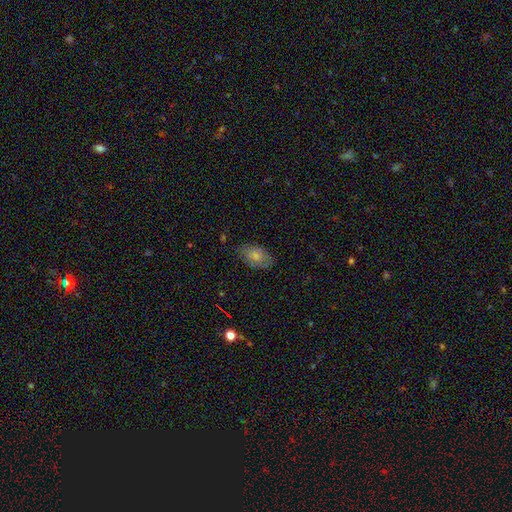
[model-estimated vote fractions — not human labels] A smooth galaxy with no disk features (72%) that is in between round and cigar-shaped (90%). Merging: none (73%).